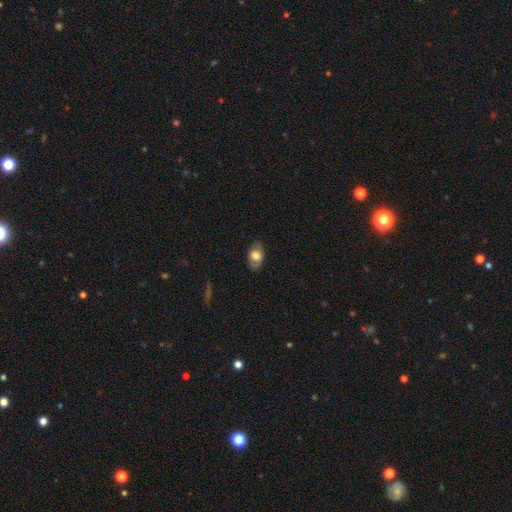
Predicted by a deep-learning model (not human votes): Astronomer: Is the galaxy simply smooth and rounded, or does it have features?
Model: smooth — 69%.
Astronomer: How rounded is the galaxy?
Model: in between — 89%.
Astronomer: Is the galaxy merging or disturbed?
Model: none — 80%.